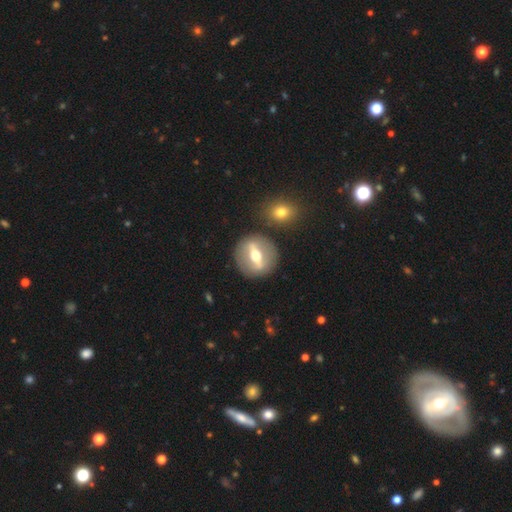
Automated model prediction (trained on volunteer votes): Smooth or featured: featured or disk — 71% (smooth — 23%)
Edge-on disk: no — 55% (yes — 45%)
Merging: none — 85% (minor disturbance — 8%)